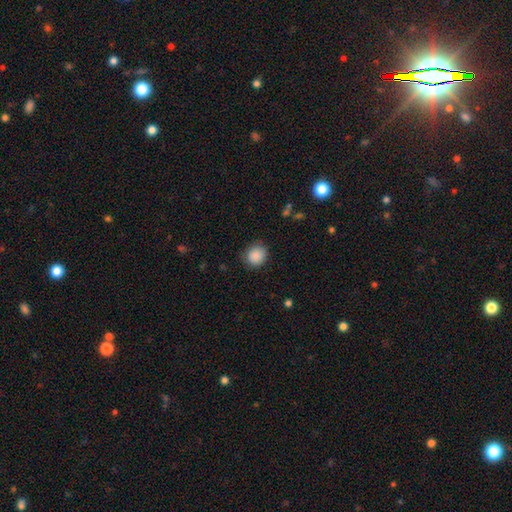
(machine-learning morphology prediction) Smooth or featured: smooth — 88% (star or artifact — 8%)
How rounded: round — 80% (in between — 19%)
Merging: none — 83% (minor disturbance — 13%)